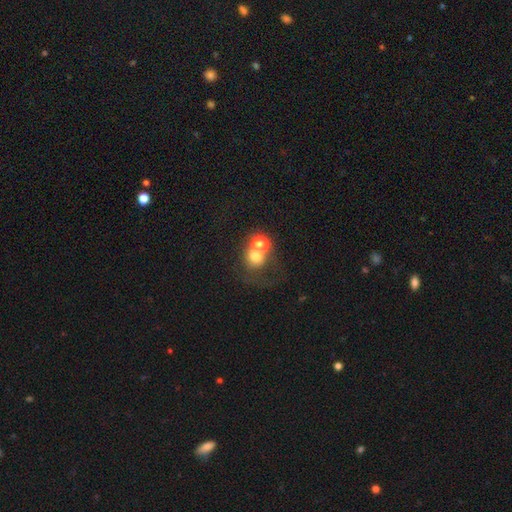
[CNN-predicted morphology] smooth-or-featured: smooth: 65% | featured or disk: 20% | star or artifact: 15%
  how-rounded: round: 78% | in between: 21% | cigar-shaped: 1%
  merging: merger: 55% | none: 31% | major disturbance: 8% | minor disturbance: 7%